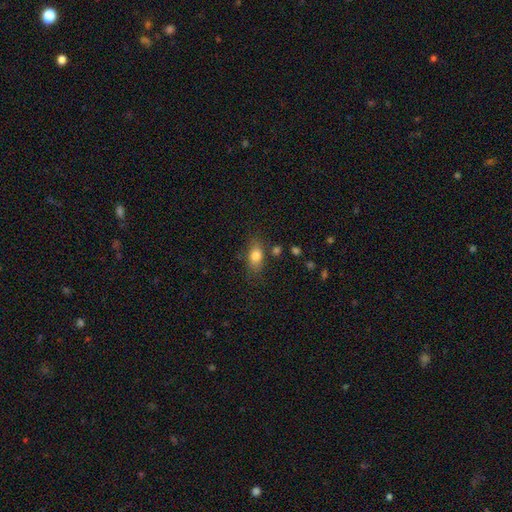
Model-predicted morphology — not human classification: This appears to be a smooth galaxy with no disk features (80%) that is in between round and cigar-shaped (81%). Merging: none (74%).